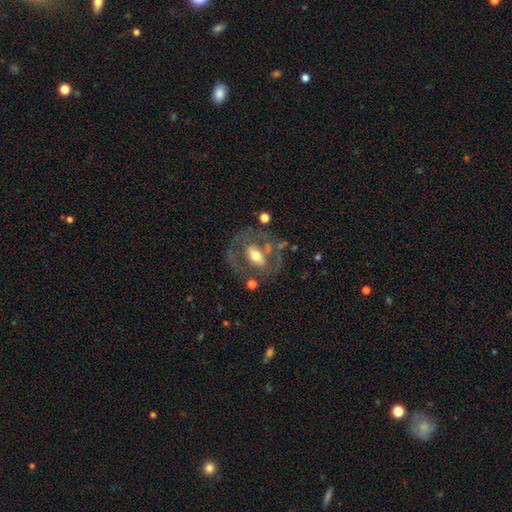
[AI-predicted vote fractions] This is likely a featured or disk galaxy (67%). It is clearly not viewed edge-on (92%). Bar: marginally no (41%). Spiral arm pattern: likely no (68%). Central bulge: likely moderate (68%). Merging: likely none (61%).